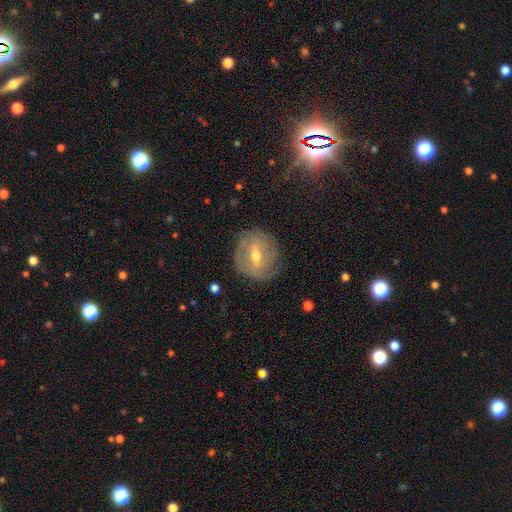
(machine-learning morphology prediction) type=featured or disk (60%); edge-on=no (90%); bar=weak (51%); spiral arms=yes (51%); bulge=moderate (63%); merging=none (76%).